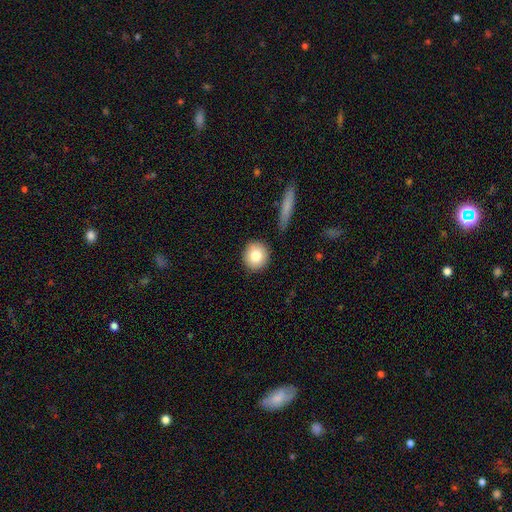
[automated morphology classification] smooth-or-featured: smooth: 82% | featured or disk: 11% | star or artifact: 8%
  how-rounded: round: 90% | in between: 8% | cigar-shaped: 1%
  merging: none: 88% | minor disturbance: 8% | merger: 2% | major disturbance: 2%